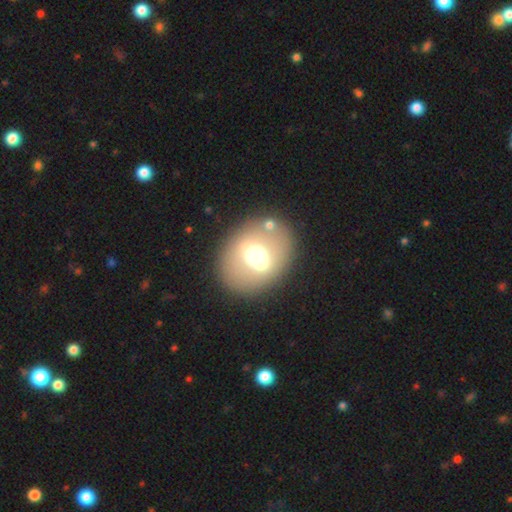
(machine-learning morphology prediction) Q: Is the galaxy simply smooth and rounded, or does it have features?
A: smooth — 51%.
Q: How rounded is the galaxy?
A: round — 56%.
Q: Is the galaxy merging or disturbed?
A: none — 75%.